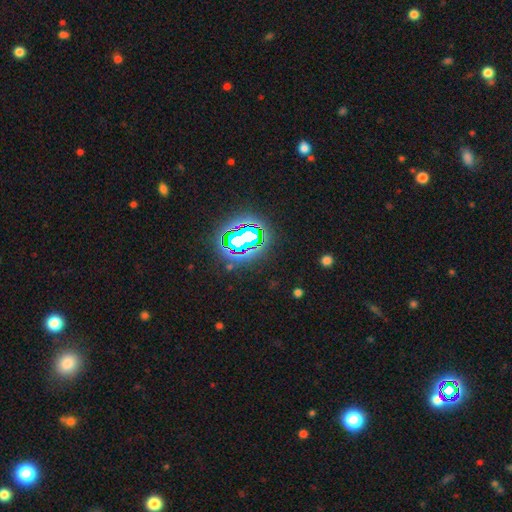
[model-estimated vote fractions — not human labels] star or artifact 78%, smooth 15%, featured or disk 7%.